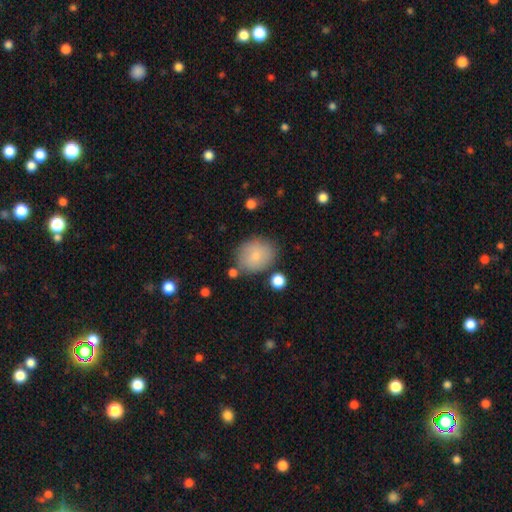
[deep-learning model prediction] This appears to be a smooth galaxy with no disk features (77%) that is round (56%). Merging: none (75%).